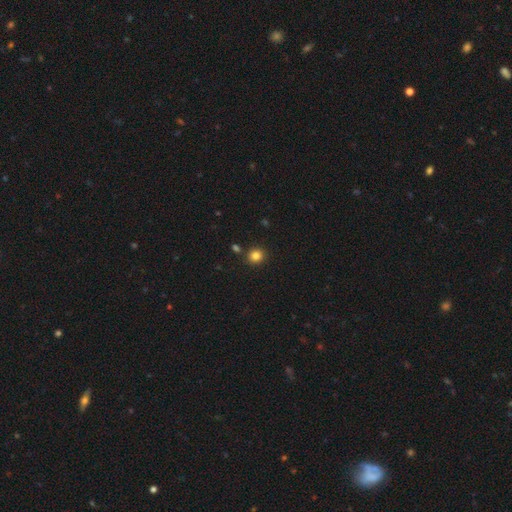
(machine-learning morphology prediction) Q: Smooth or featured?
A: smooth (83%); runner-up: star or artifact (12%)
Q: How rounded?
A: round (83%); runner-up: in between (16%)
Q: Merging?
A: none (86%); runner-up: minor disturbance (7%)